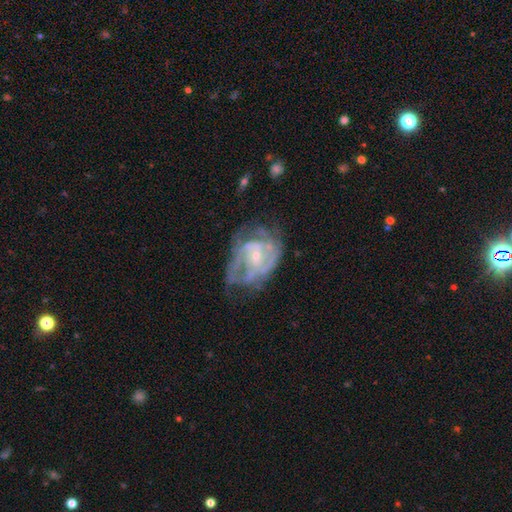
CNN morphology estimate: This is clearly a featured or disk galaxy (84%). It is clearly not viewed edge-on (97%). Bar: possibly no (56%). Spiral arm pattern: clearly yes (86%). Spiral arm count: marginally can't tell (35%). Spiral winding: possibly tight (46%). Central bulge: likely small (72%). Merging: possibly none (52%).